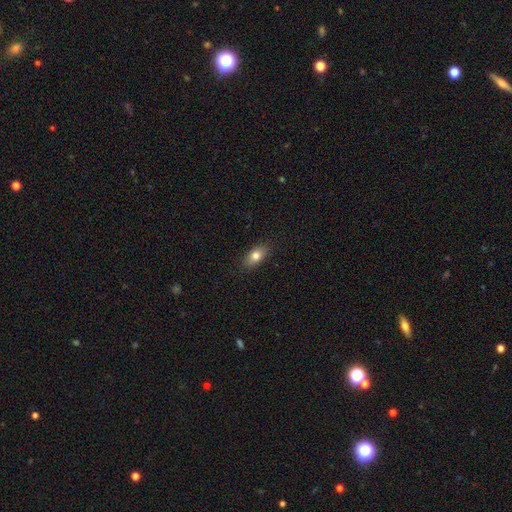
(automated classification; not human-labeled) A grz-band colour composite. It shows a smooth galaxy with no disk features (79%) that is in between round and cigar-shaped (86%). Merging: none (88%).